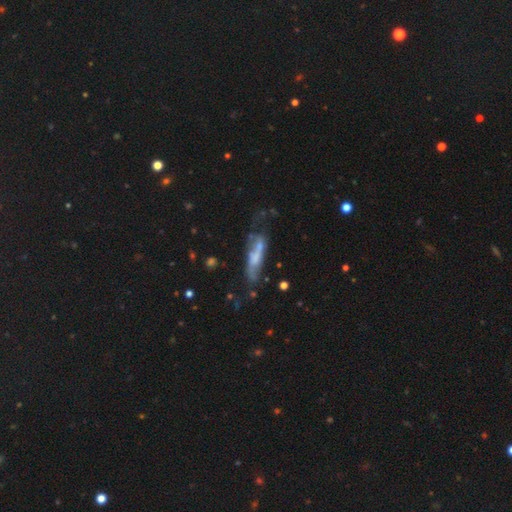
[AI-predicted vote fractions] Smooth or featured? Predicted: featured or disk (p=0.53). Edge-on disk? Predicted: no (p=0.67). Merging? Predicted: none (p=0.35).